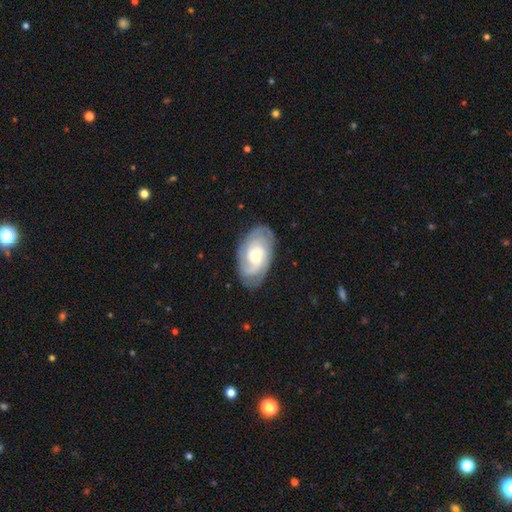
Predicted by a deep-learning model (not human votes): The model was most divided on "spiral arm count": can't tell: 31%, 2: 29%, 3: 23%, 4: 7%, 1: 5%, more than 4: 5%. More confident: edge-on disk — no (96%); spiral arms — yes (94%); merging — none (78%); smooth or featured — featured or disk (77%); bar — no (69%); spiral winding — tight (60%); bulge size — small (50%).